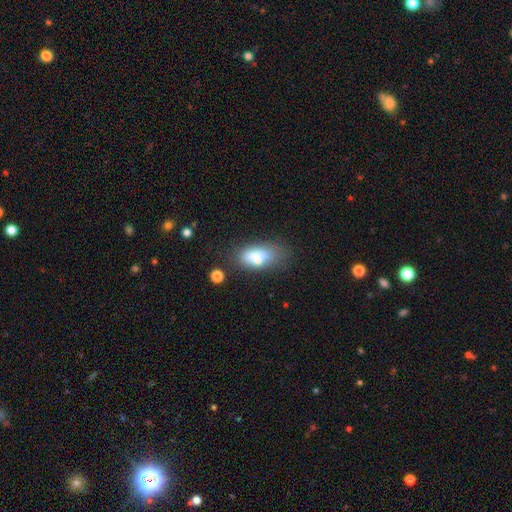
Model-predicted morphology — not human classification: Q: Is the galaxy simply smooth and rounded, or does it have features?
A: smooth — 71%.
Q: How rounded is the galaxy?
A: in between — 83%.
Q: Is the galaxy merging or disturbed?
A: none — 44%.